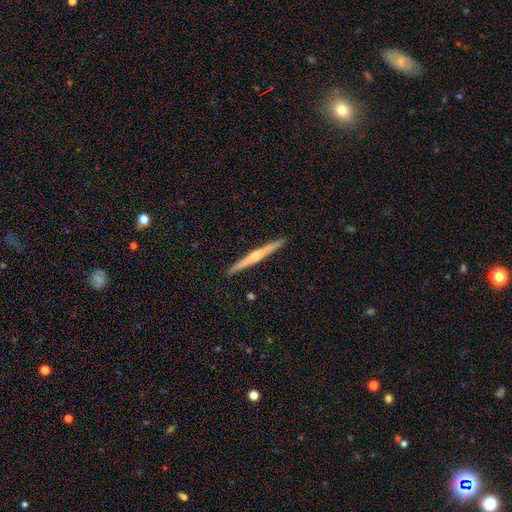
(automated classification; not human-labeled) Smooth or featured? featured or disk (66%)
Edge-on disk? yes (98%)
Edge-on bulge? rounded (76%)
Merging? none (93%)